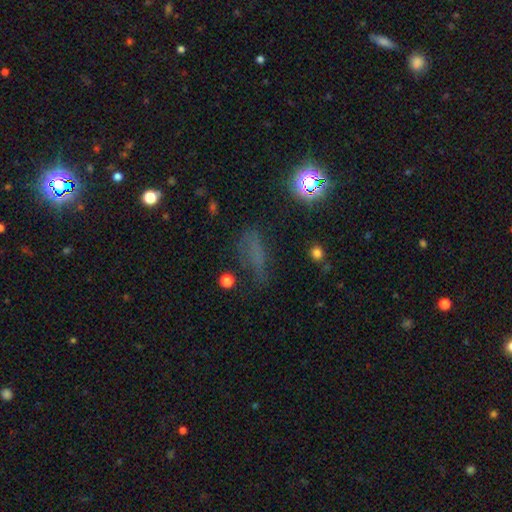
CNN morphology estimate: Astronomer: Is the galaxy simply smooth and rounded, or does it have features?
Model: smooth — 48% (runner-up: star or artifact, 35%).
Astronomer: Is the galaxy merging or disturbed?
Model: none — 62%.